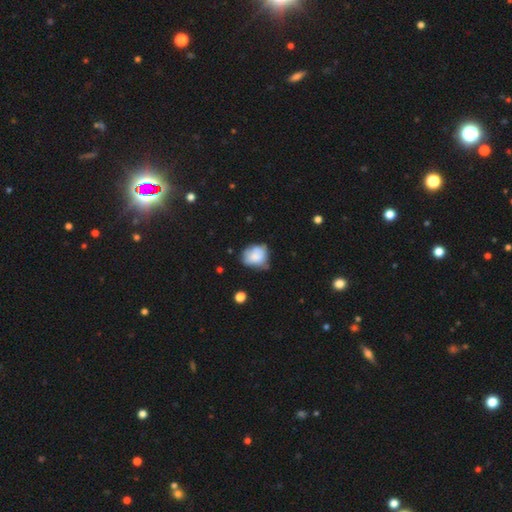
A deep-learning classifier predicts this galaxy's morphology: smooth 70%, featured or disk 21%, star or artifact 9%. Down the decision tree: how rounded — round (56%); merging — none (41%).